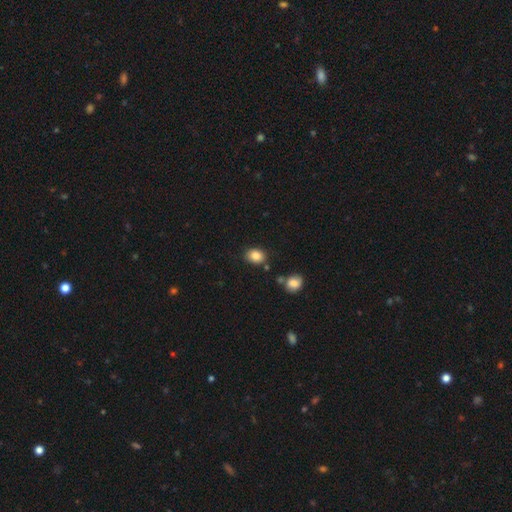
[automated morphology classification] Smooth or featured? smooth (85%)
How rounded? in between (58%)
Merging? none (81%)